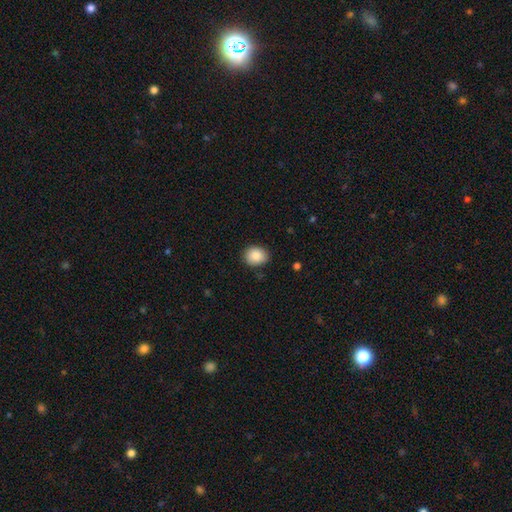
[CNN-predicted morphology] Overall: smooth (88%). How rounded: round (54%; in between 45%). Merging: none (85%).